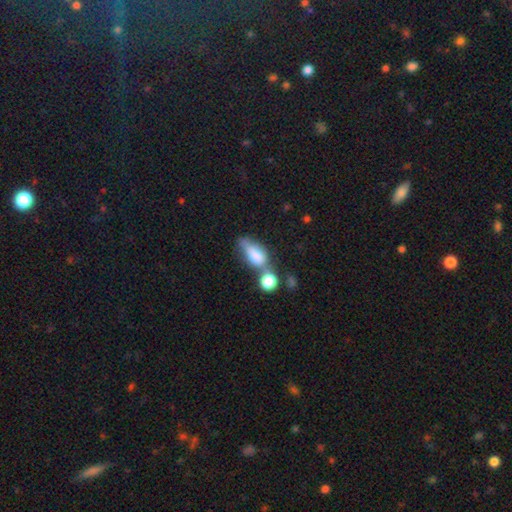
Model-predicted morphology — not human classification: Smooth or featured: smooth — 73% (featured or disk — 18%)
How rounded: in between — 78% (cigar-shaped — 13%)
Merging: merger — 47% (none — 24%)